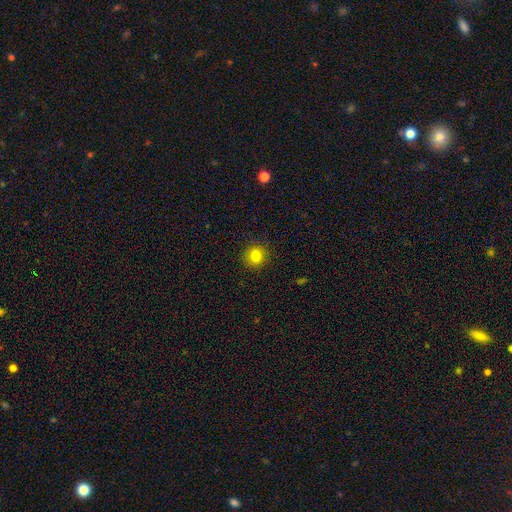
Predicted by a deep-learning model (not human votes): Smooth or featured? Predicted: smooth (p=0.83). How rounded? Predicted: round (p=0.87). Merging? Predicted: none (p=0.91).